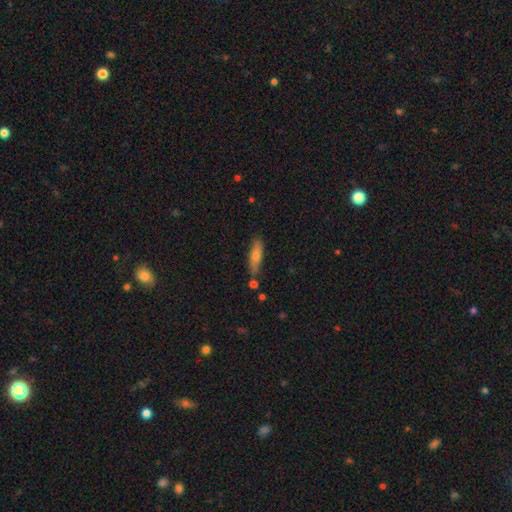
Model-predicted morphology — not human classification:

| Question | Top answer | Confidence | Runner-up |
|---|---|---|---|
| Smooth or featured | smooth | 63% | featured or disk (29%) |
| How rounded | cigar-shaped | 69% | in between (28%) |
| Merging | none | 80% | minor disturbance (13%) |